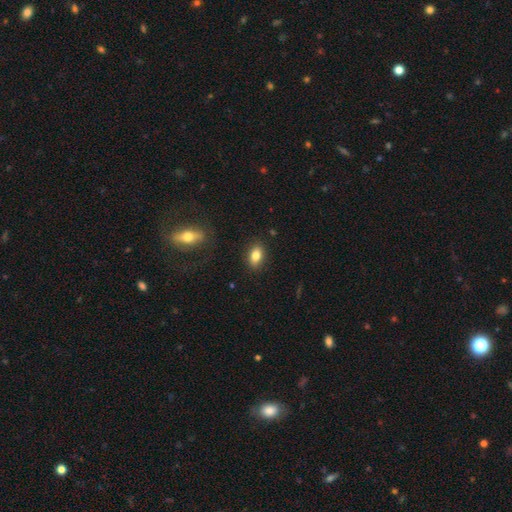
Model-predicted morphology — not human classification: Smooth or featured? Predicted: smooth (p=0.81). How rounded? Predicted: in between (p=0.85). Merging? Predicted: none (p=0.88).